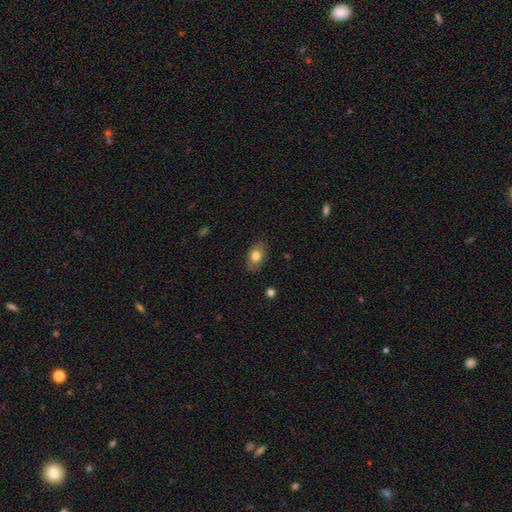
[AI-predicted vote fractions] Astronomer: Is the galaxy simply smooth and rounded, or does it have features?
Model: smooth — 79%.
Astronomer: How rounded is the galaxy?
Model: in between — 81%.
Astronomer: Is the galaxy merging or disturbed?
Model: none — 83%.